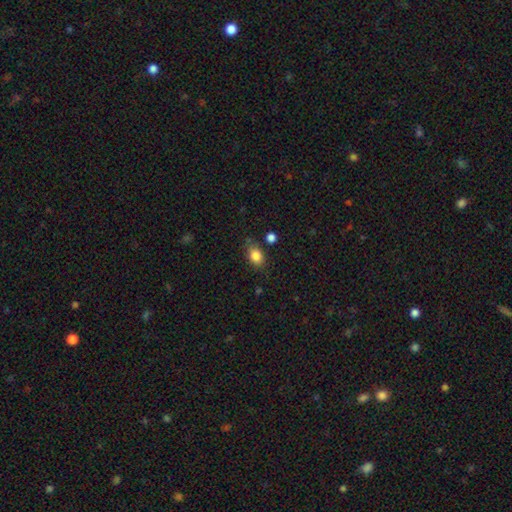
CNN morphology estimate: The model was most divided on "how rounded": in between: 71%, round: 28%, cigar-shaped: 1%. More confident: smooth or featured — smooth (85%); merging — none (74%).